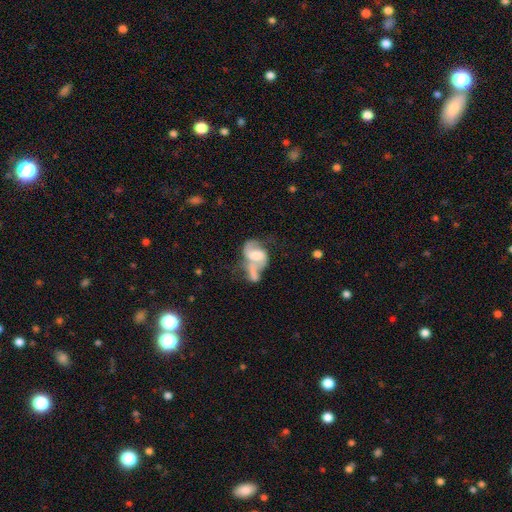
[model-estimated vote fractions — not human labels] This is likely a featured or disk galaxy (63%). It is clearly not viewed edge-on (96%). Bar: possibly no (49%). Spiral arm pattern: likely yes (76%). Central bulge: marginally moderate (39%). Merging: possibly merger (48%).